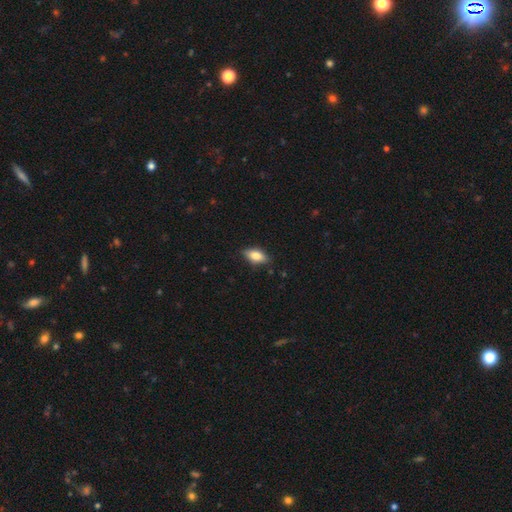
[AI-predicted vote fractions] Overall: smooth (78%). How rounded: in between (87%). Merging: none (82%).